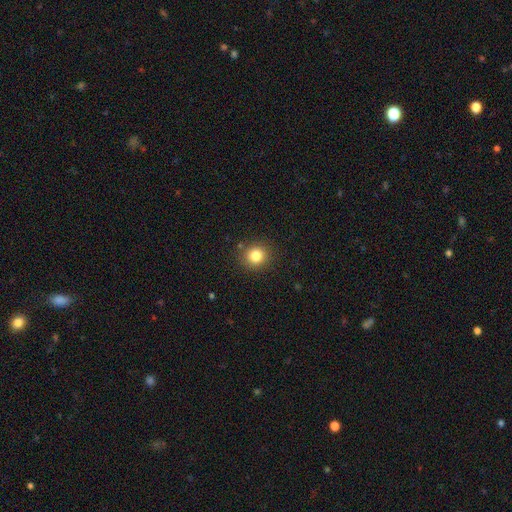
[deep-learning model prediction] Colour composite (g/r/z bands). It shows a smooth galaxy with no disk features (82%) that is round (87%). Merging: none (88%).